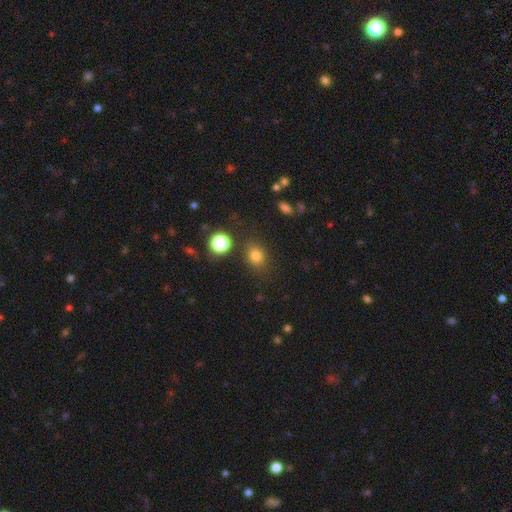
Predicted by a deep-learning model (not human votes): The model was most divided on "how rounded": round: 56%, in between: 43%, cigar-shaped: 1%. More confident: merging — none (81%); smooth or featured — smooth (78%).